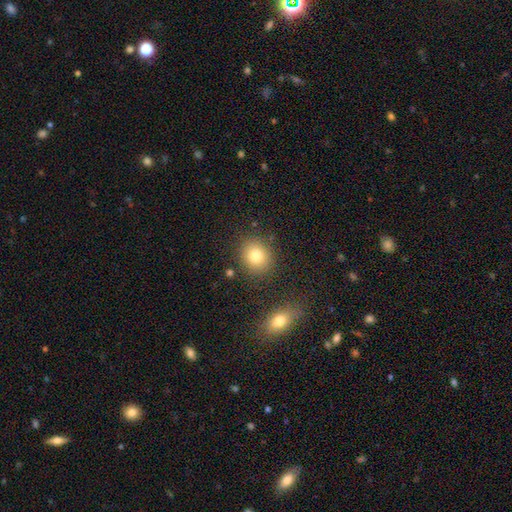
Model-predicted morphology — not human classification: Smooth or featured: smooth — 82% (star or artifact — 10%)
How rounded: round — 74% (in between — 25%)
Merging: none — 83% (minor disturbance — 9%)